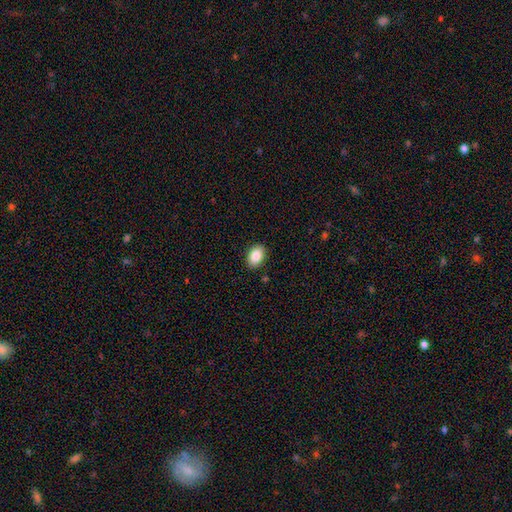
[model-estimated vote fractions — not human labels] smooth 86%, star or artifact 8%, featured or disk 6%. Down the decision tree: how rounded — in between (84%); merging — none (89%).